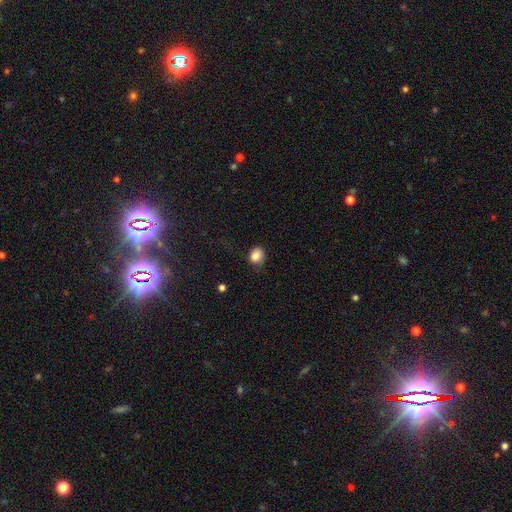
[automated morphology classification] The model was most divided on "how rounded": round: 63%, in between: 36%, cigar-shaped: 1%. More confident: smooth or featured — smooth (84%); merging — none (68%).